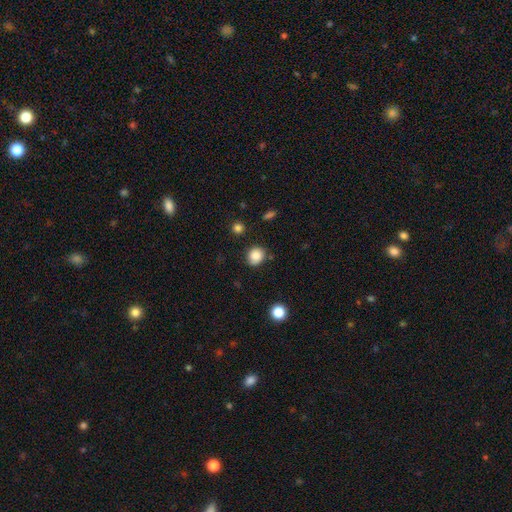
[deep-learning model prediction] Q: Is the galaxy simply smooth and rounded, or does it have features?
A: smooth — 85%.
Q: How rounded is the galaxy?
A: round — 76%.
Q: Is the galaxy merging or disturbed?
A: none — 78%.